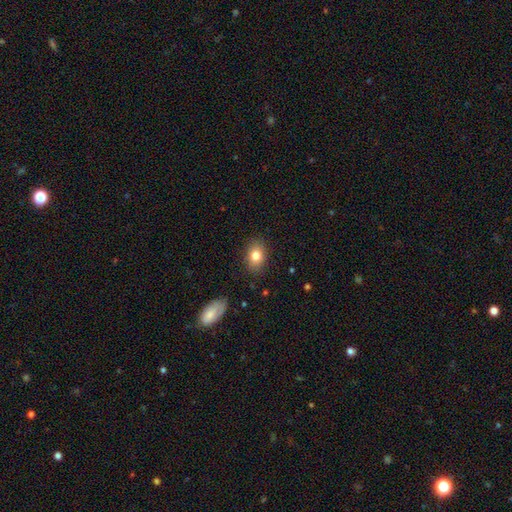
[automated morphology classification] Overall: smooth (81%). How rounded: in between (72%). Merging: none (85%).